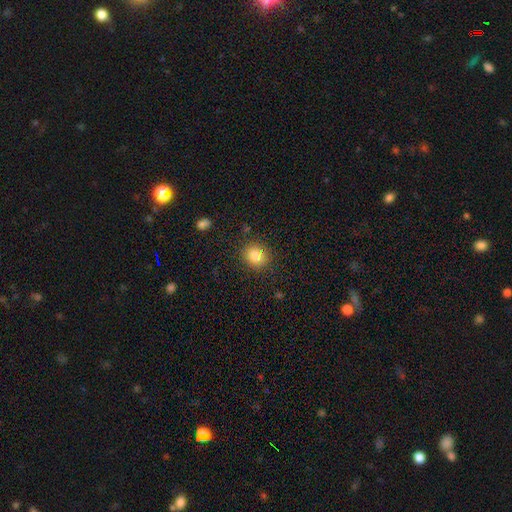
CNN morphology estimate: Smooth or featured? smooth (85%)
How rounded? round (74%)
Merging? none (83%)